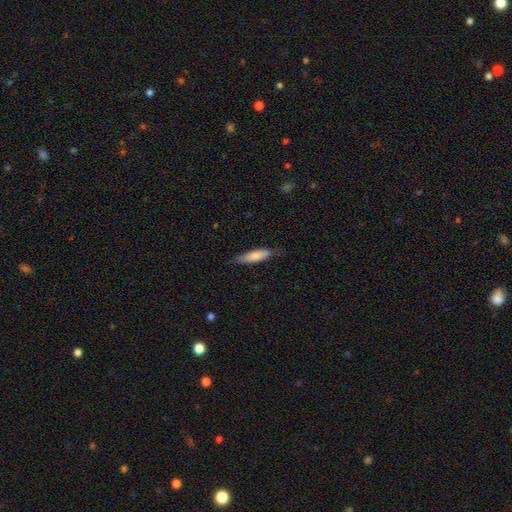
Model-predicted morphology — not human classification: Smooth or featured? Predicted: smooth (p=0.80). How rounded? Predicted: cigar-shaped (p=0.63). Merging? Predicted: none (p=0.76).